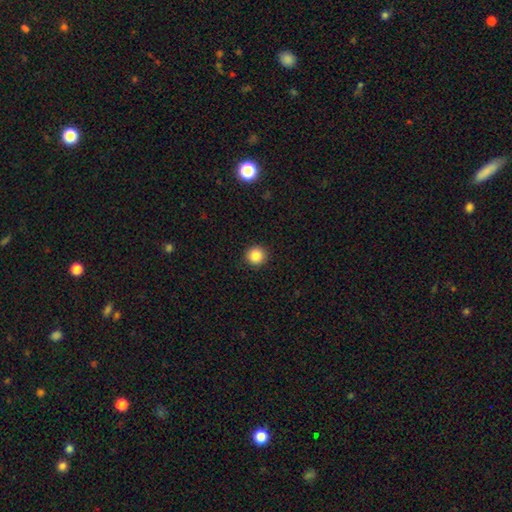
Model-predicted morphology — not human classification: Smooth or featured?
  - smooth: 87% *
  - star or artifact: 10%
  - featured or disk: 4%
How rounded?
  - round: 95% *
  - in between: 4%
  - cigar-shaped: 1%
Merging?
  - none: 92% *
  - minor disturbance: 5%
  - major disturbance: 2%
  - merger: 1%